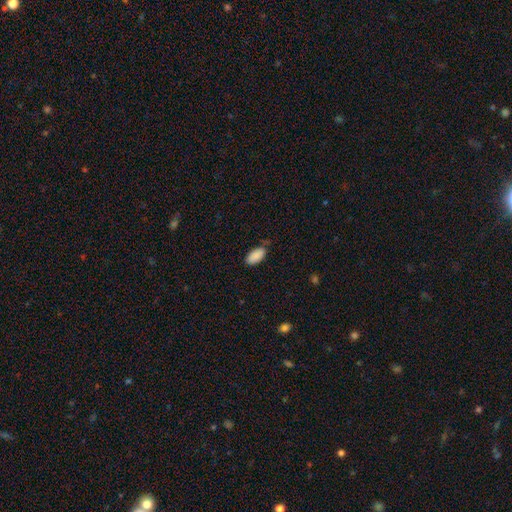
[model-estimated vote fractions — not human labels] This is clearly a smooth galaxy (90%). How rounded: clearly in between (94%). Merging: likely none (72%).